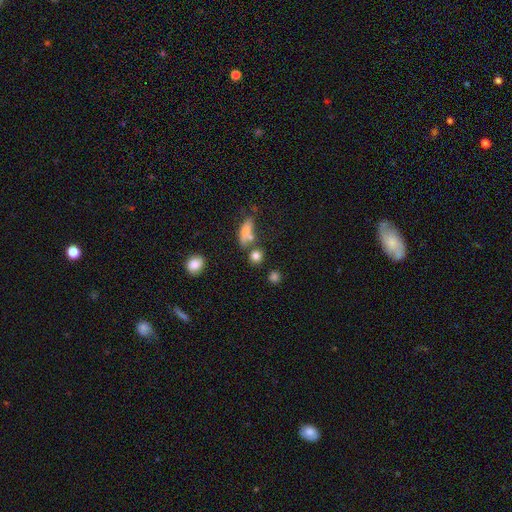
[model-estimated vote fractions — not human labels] The model was most divided on "merging": none: 65%, merger: 19%, minor disturbance: 11%, major disturbance: 4%. More confident: smooth or featured — smooth (79%); how rounded — round (77%).